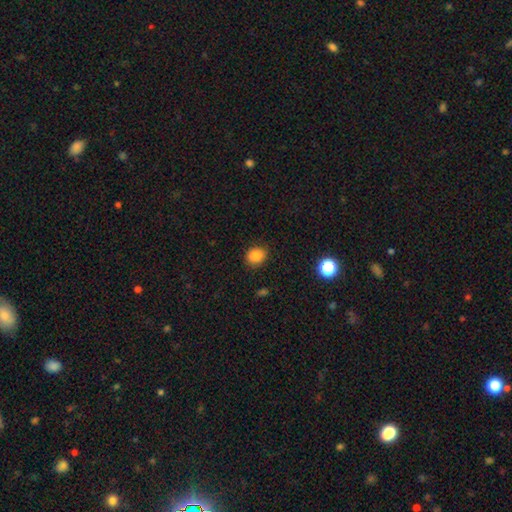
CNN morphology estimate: The model was most divided on "how rounded": round: 67%, in between: 32%, cigar-shaped: 1%. More confident: merging — none (86%); smooth or featured — smooth (85%).